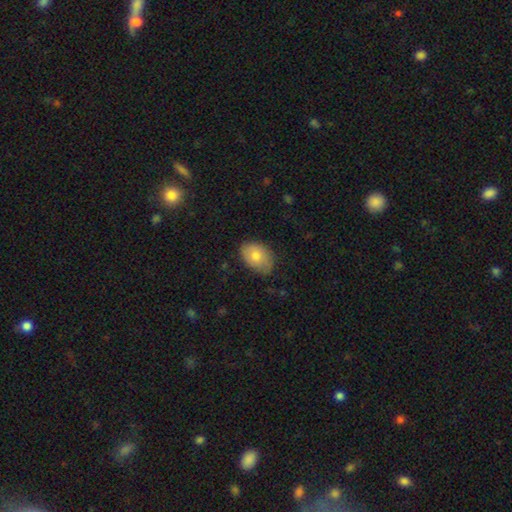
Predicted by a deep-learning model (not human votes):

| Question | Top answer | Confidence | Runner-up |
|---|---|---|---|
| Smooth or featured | smooth | 73% | featured or disk (20%) |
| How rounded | in between | 83% | round (16%) |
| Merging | none | 73% | minor disturbance (22%) |